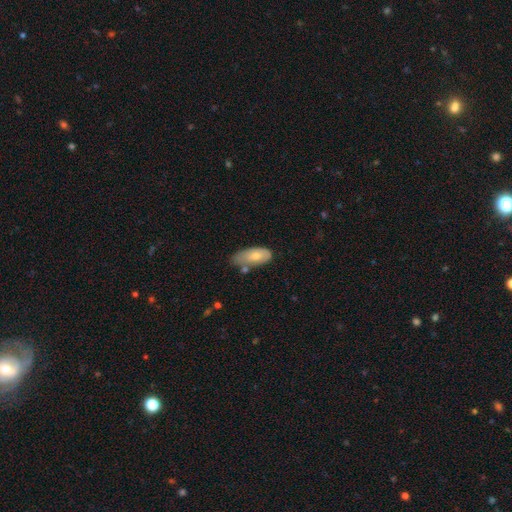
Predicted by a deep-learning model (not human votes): Morphology: type=smooth (71%); roundness=in between (89%); merging=none (45%).